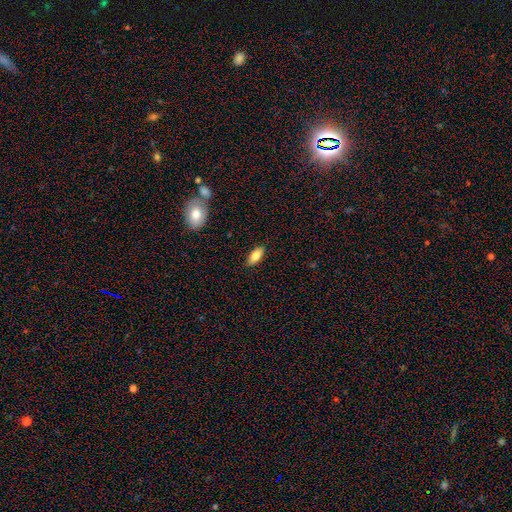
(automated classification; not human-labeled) smooth_or_featured: smooth (p=0.82) [alt: featured or disk p=0.11]
how_rounded: in between (p=0.86) [alt: cigar-shaped p=0.12]
merging: none (p=0.88) [alt: minor disturbance p=0.09]